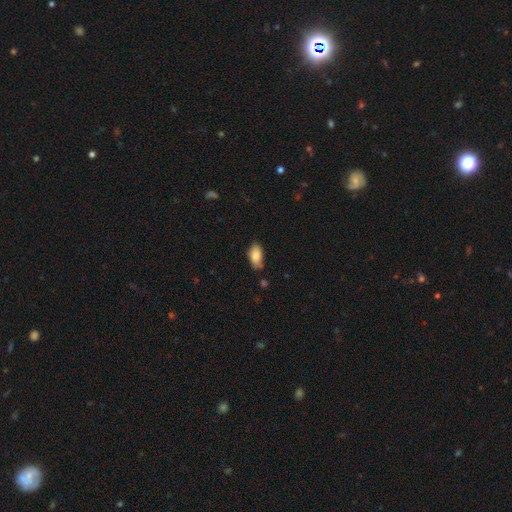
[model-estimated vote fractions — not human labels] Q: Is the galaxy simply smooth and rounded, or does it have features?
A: smooth — 85%.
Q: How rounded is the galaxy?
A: in between — 93%.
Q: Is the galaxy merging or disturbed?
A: none — 72%.